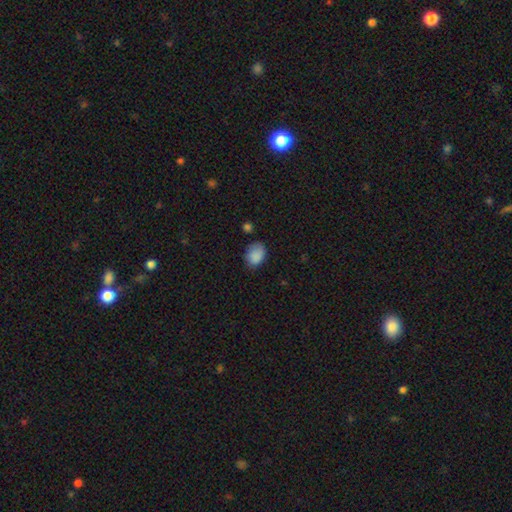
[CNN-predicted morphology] Smooth or featured?
  - smooth: 87% *
  - star or artifact: 8%
  - featured or disk: 5%
How rounded?
  - in between: 72% *
  - round: 27%
  - cigar-shaped: 1%
Merging?
  - none: 65% *
  - minor disturbance: 27%
  - major disturbance: 6%
  - merger: 3%